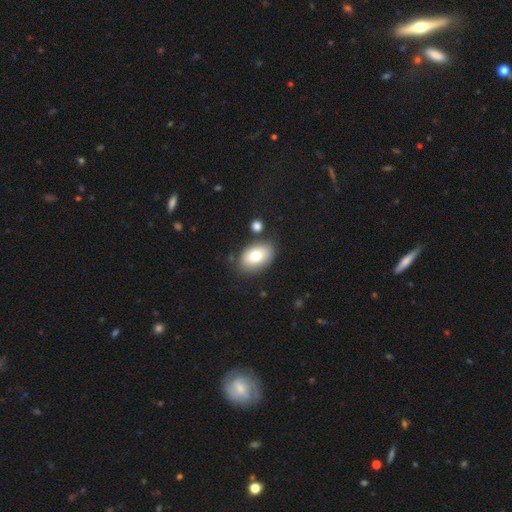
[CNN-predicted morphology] Smooth or featured? Predicted: smooth (p=0.75). How rounded? Predicted: in between (p=0.86). Merging? Predicted: none (p=0.77).